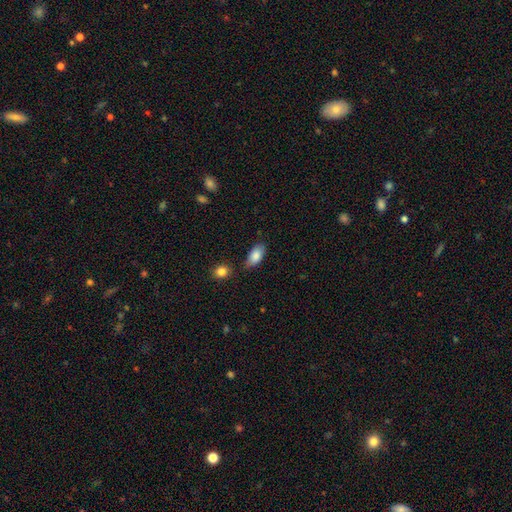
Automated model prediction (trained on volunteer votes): The model was most divided on "merging": none: 69%, minor disturbance: 22%, merger: 5%, major disturbance: 4%. More confident: how rounded — in between (92%); smooth or featured — smooth (86%).